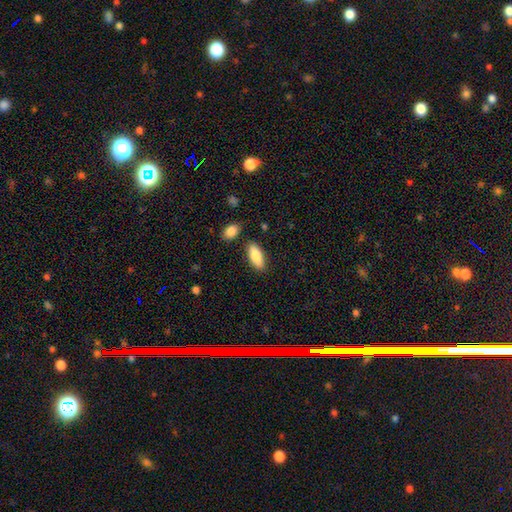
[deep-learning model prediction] The model was most divided on "how rounded": in between: 80%, cigar-shaped: 18%, round: 2%. More confident: merging — none (84%); smooth or featured — smooth (82%).